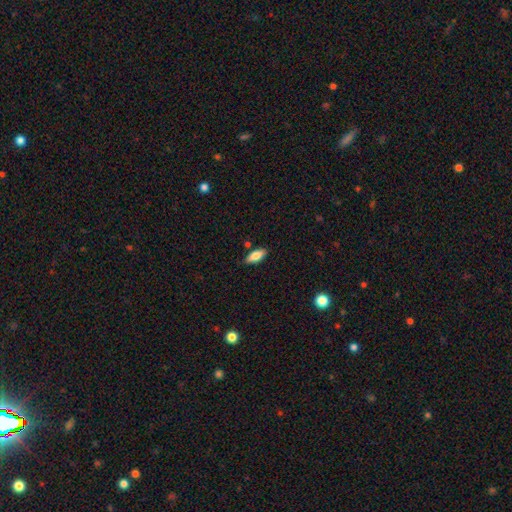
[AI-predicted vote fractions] A smooth galaxy with no disk features (80%) that is in between round and cigar-shaped (78%).

Vote fractions:
- Smooth or featured? smooth: 80% / featured or disk: 14% / star or artifact: 7%
- How rounded? in between: 78% / cigar-shaped: 20% / round: 2%
- Merging? none: 84% / minor disturbance: 11% / merger: 3% / major disturbance: 2%